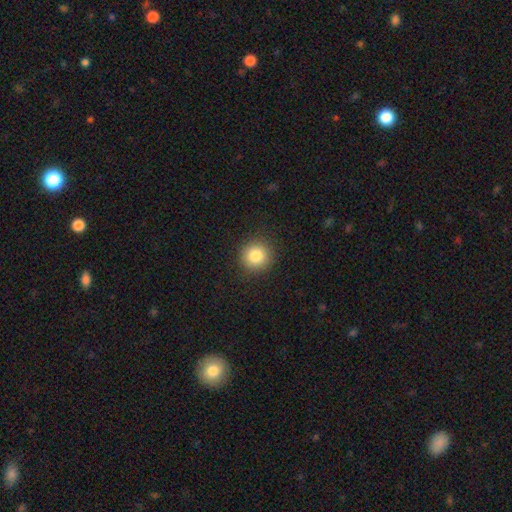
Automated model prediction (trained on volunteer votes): smooth 83%, star or artifact 11%, featured or disk 7%. Down the decision tree: how rounded — round (94%); merging — none (91%).